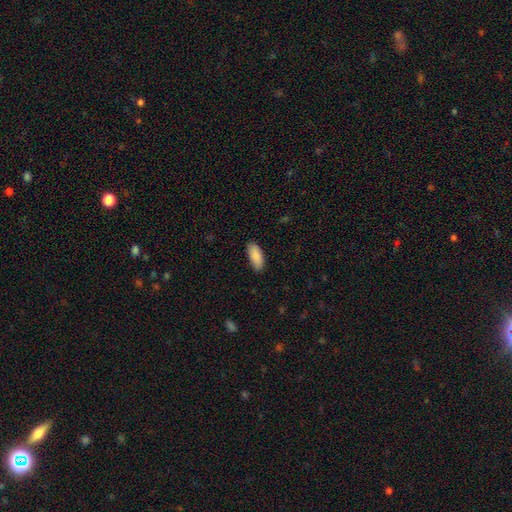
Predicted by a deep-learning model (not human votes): This is clearly a smooth galaxy (90%). How rounded: clearly in between (85%). Merging: clearly none (87%).